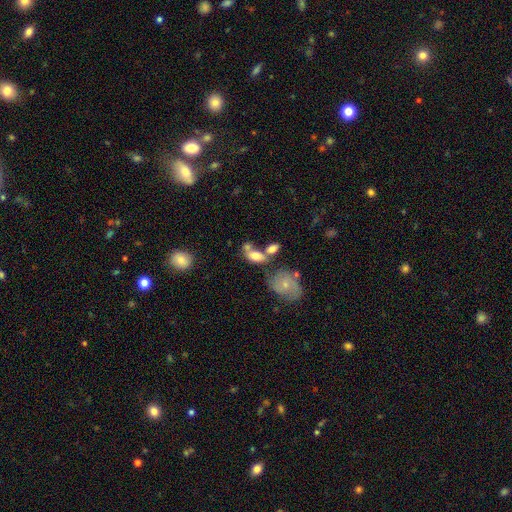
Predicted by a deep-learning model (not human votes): smooth_or_featured: smooth (p=0.68) [alt: featured or disk p=0.22]
how_rounded: in between (p=0.86) [alt: round p=0.08]
merging: merger (p=0.42) [alt: none p=0.34]